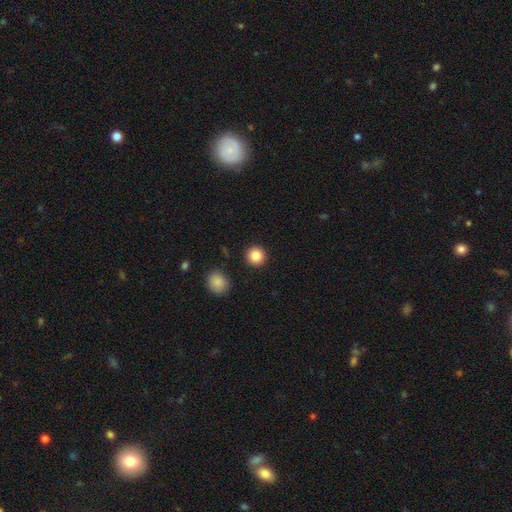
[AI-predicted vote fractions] Q: Smooth or featured?
A: smooth (85%); runner-up: star or artifact (10%)
Q: How rounded?
A: round (94%); runner-up: in between (5%)
Q: Merging?
A: none (91%); runner-up: minor disturbance (5%)